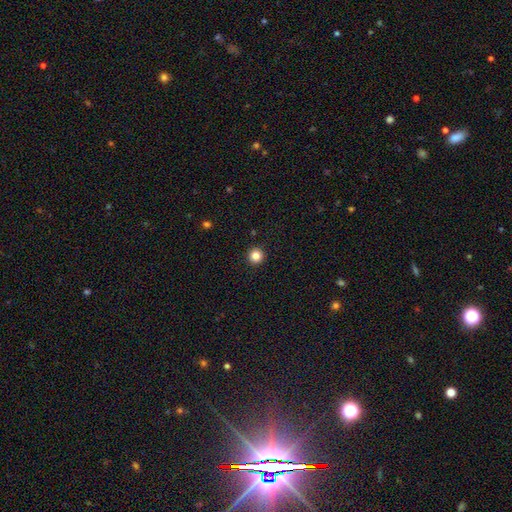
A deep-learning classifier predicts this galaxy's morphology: type=smooth (84%); roundness=round (96%); merging=none (94%).